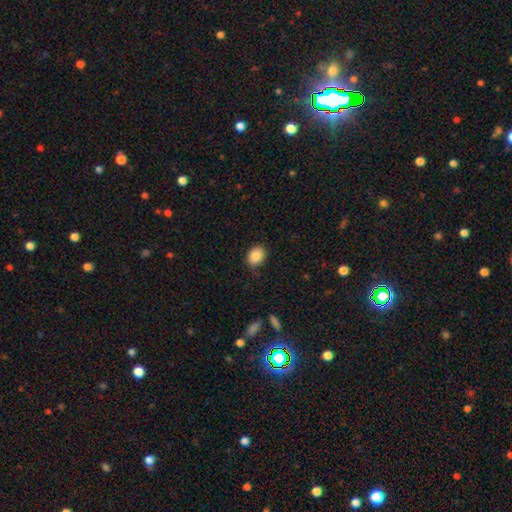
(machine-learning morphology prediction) smooth 87%, star or artifact 8%, featured or disk 5%. Down the decision tree: how rounded — in between (57%); merging — none (82%).